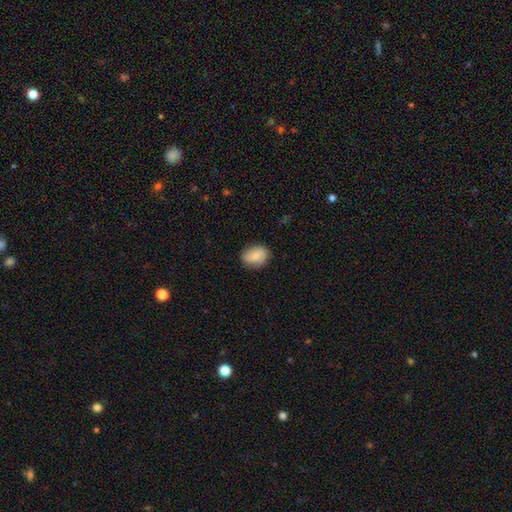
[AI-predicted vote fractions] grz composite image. It shows a smooth galaxy with no disk features (73%) that is in between round and cigar-shaped (65%). Merging: none (78%).